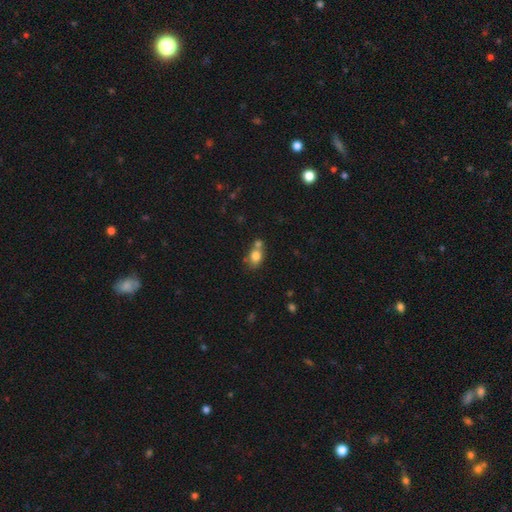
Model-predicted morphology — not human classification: This appears to be a smooth galaxy with no disk features (78%) that is in between round and cigar-shaped (60%). Merging: none (43%).